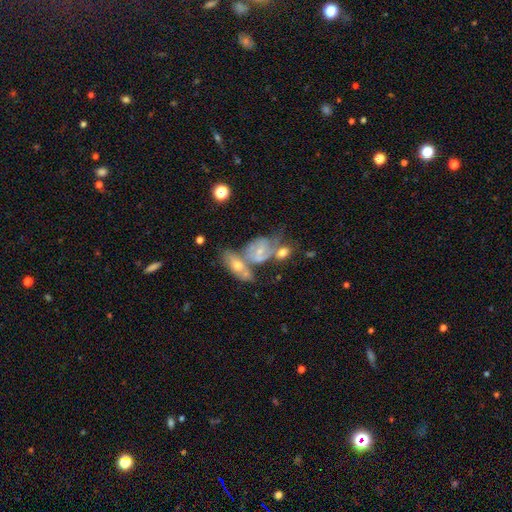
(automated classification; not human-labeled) This is possibly a featured or disk galaxy (48%). Merging: possibly merger (49%).